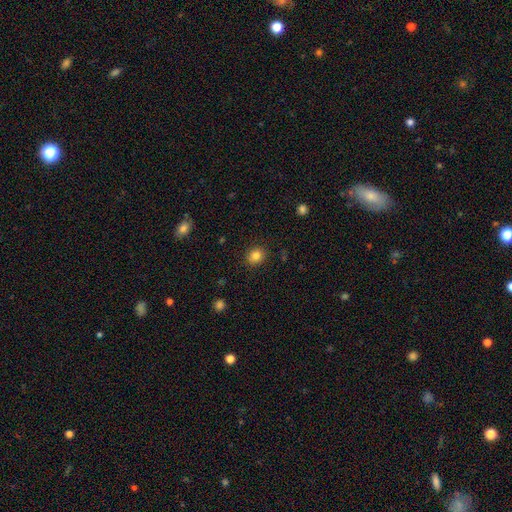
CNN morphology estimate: Overall: smooth (83%). How rounded: round (73%). Merging: none (89%).